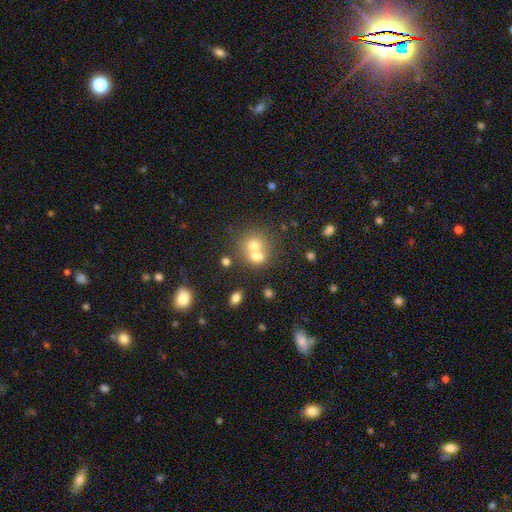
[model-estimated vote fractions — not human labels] Morphology: type=smooth (66%); roundness=round (71%); merging=merger (58%).